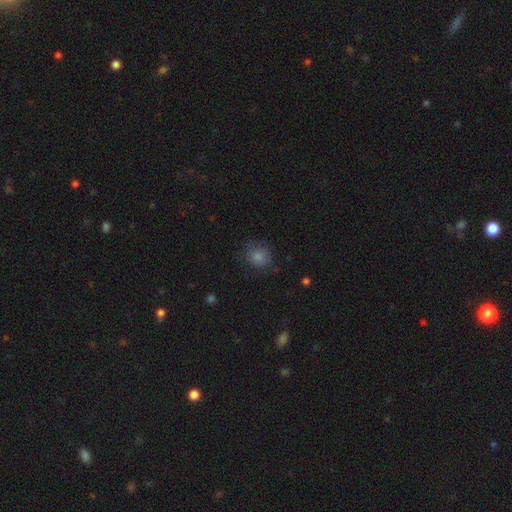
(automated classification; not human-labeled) Smooth or featured: smooth — 70% (star or artifact — 21%)
How rounded: round — 81% (in between — 17%)
Merging: none — 78% (minor disturbance — 15%)